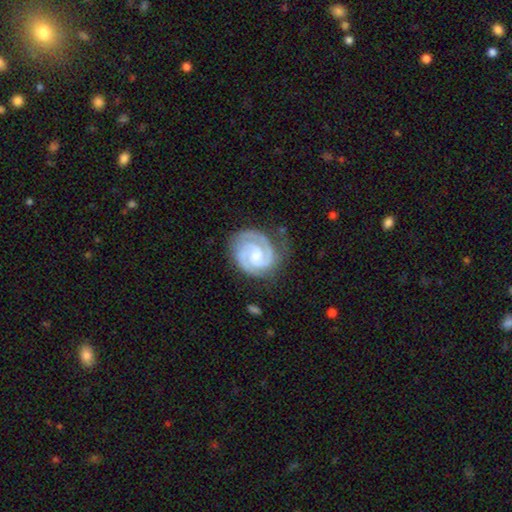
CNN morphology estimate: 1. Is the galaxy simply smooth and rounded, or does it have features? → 91% featured or disk, 5% smooth, 4% star or artifact.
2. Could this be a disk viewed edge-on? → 98% no, 2% yes.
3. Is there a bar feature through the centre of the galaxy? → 48% no, 40% weak, 11% strong.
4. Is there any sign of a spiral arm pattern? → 98% yes, 2% no.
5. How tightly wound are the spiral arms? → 68% tight, 29% medium, 3% loose.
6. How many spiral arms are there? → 86% 2, 7% 3, 3% can't tell, 2% 1, 1% 4, 1% more than 4.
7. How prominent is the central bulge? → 43% moderate, 39% small, 13% none, 5% large, 1% dominant.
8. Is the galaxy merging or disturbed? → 78% none, 16% minor disturbance, 5% major disturbance, 1% merger.